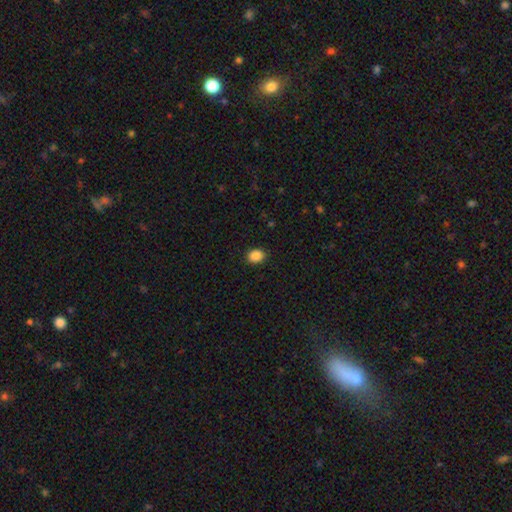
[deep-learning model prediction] Smooth or featured? smooth (87%)
How rounded? round (55%)
Merging? none (90%)